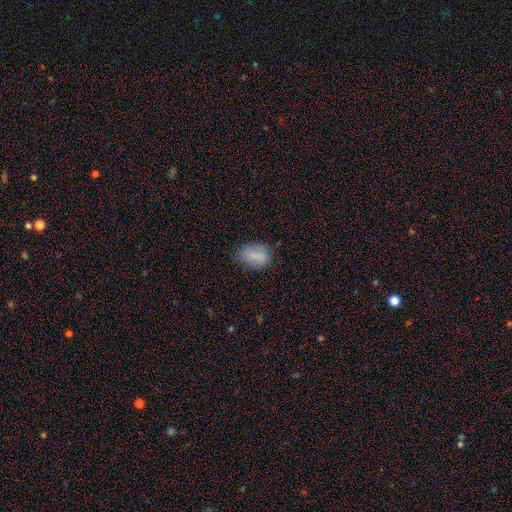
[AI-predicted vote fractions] Smooth or featured? smooth (80%)
How rounded? in between (84%)
Merging? none (71%)